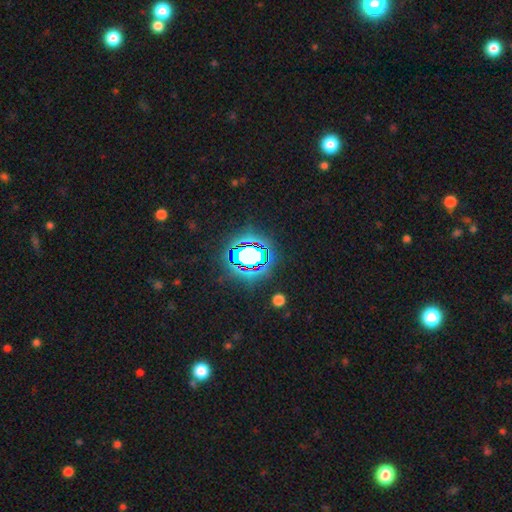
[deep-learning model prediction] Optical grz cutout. It shows a star or artifact, not a galaxy (70%).